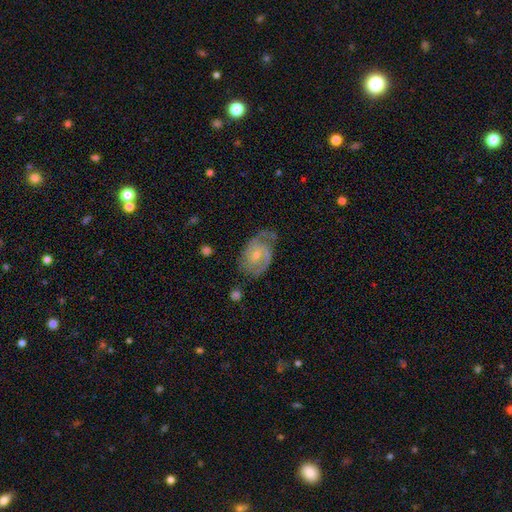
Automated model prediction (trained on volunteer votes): The model was most divided on "spiral winding": tight: 46%, medium: 42%, loose: 12%. More confident: edge-on disk — no (97%); spiral arms — yes (95%); smooth or featured — featured or disk (82%); spiral arm count — 2 (71%); merging — none (64%); bulge size — small (58%); bar — no (56%).